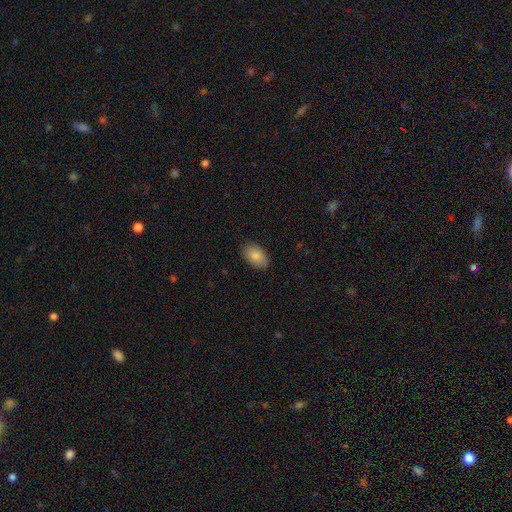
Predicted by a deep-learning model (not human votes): This is clearly a smooth galaxy (87%). How rounded: clearly in between (92%). Merging: clearly none (87%).